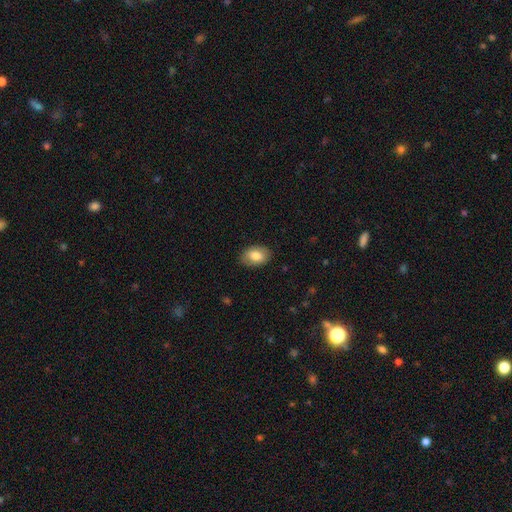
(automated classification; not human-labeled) This appears to be a smooth galaxy with no disk features (80%) that is in between round and cigar-shaped (85%). Merging: none (86%).